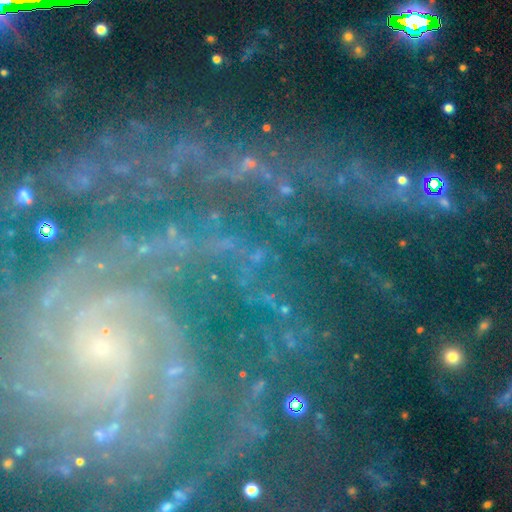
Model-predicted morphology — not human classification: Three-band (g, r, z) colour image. It shows a star or artifact, not a galaxy (64%).